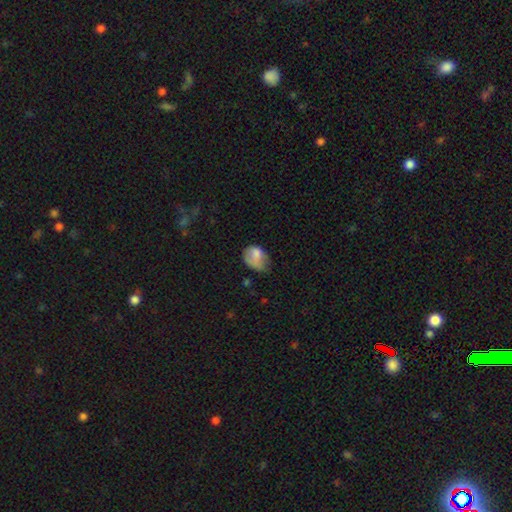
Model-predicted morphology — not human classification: Smooth or featured?
  - smooth: 74% *
  - featured or disk: 17%
  - star or artifact: 9%
How rounded?
  - in between: 68% *
  - round: 31%
  - cigar-shaped: 1%
Merging?
  - minor disturbance: 41% *
  - none: 29%
  - major disturbance: 26%
  - merger: 3%